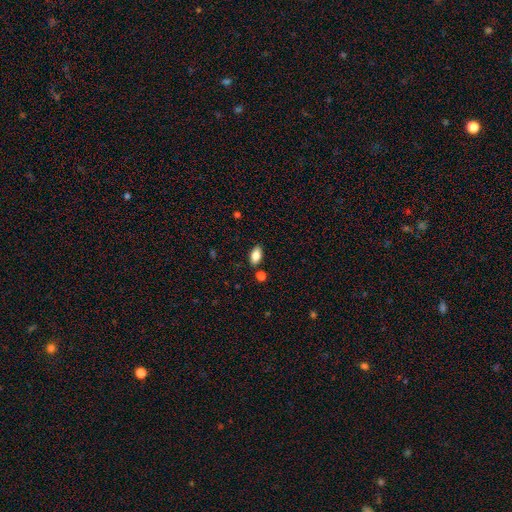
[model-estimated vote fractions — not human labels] Smooth or featured?
  - smooth: 84% *
  - star or artifact: 8%
  - featured or disk: 8%
How rounded?
  - in between: 92% *
  - round: 4%
  - cigar-shaped: 4%
Merging?
  - none: 83% *
  - minor disturbance: 10%
  - merger: 4%
  - major disturbance: 2%